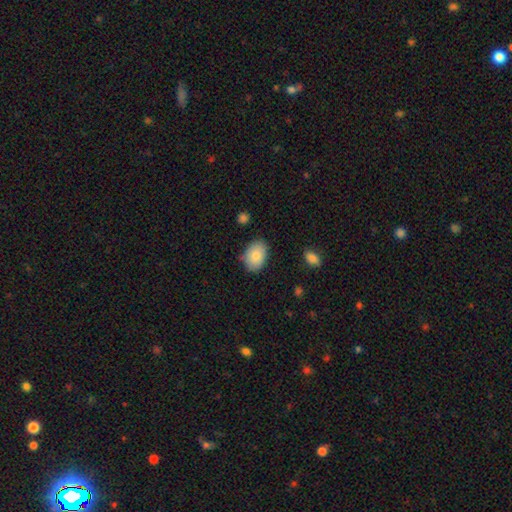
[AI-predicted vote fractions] The model was most divided on "merging": none: 77%, minor disturbance: 18%, major disturbance: 3%, merger: 2%. More confident: how rounded — in between (84%); smooth or featured — smooth (83%).